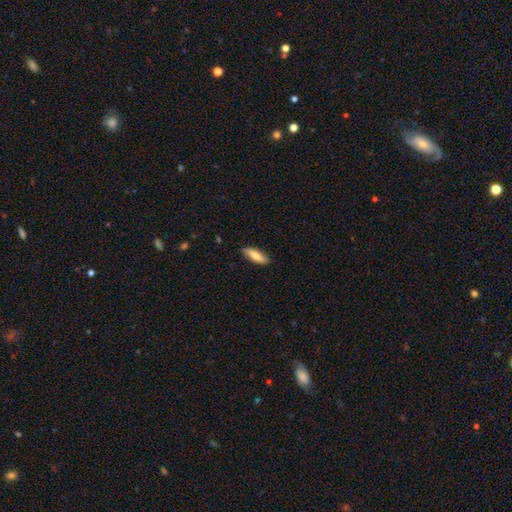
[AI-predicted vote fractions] Morphology: type=smooth (78%); roundness=in between (60%); merging=none (86%).